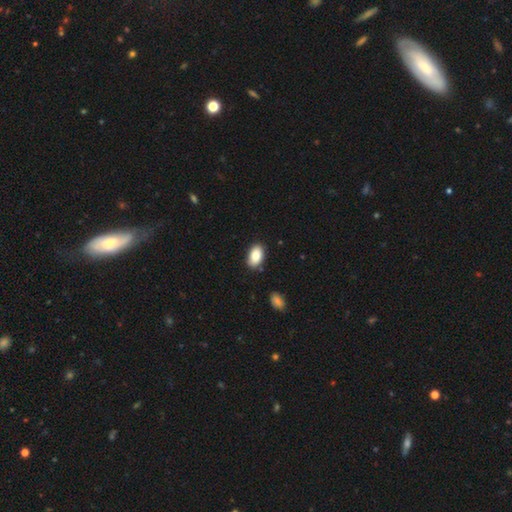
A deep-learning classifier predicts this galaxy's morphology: type=smooth (87%); roundness=in between (93%); merging=none (84%).